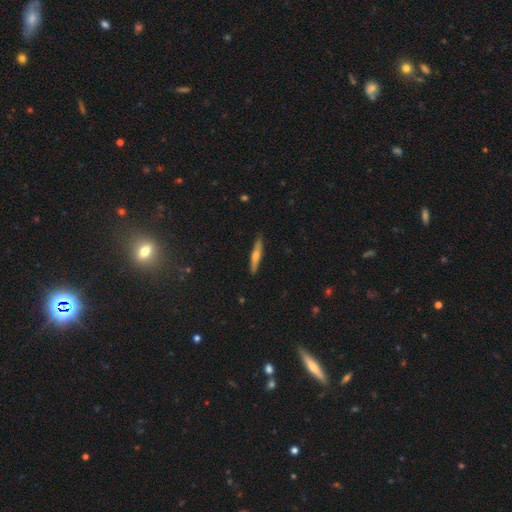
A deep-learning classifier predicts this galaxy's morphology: Smooth or featured: featured or disk — 51% (smooth — 42%)
Edge-on disk: yes — 93% (no — 7%)
Merging: none — 90% (minor disturbance — 8%)